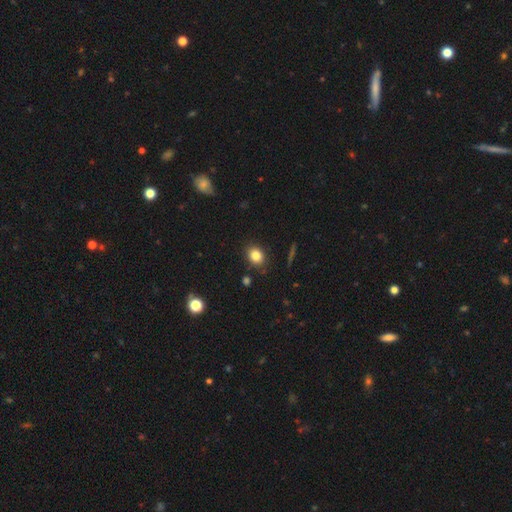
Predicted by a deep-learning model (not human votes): A smooth galaxy with no disk features (83%) that is round (50%). Merging: none (86%).